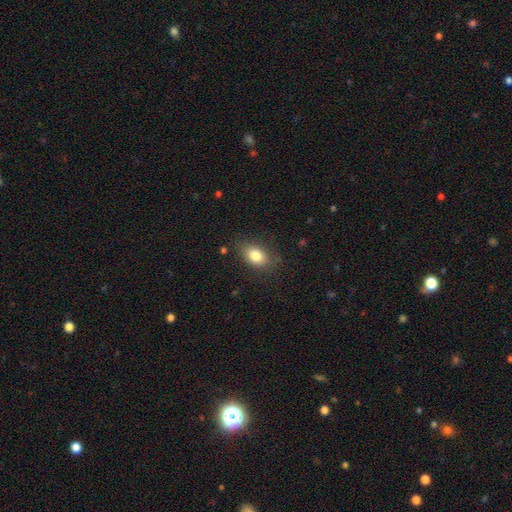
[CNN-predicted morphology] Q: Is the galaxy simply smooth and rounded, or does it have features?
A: smooth — 82%.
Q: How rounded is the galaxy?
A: in between — 85%.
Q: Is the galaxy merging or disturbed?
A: none — 80%.